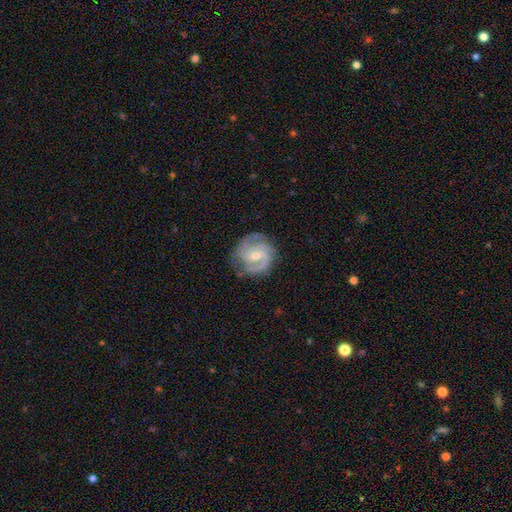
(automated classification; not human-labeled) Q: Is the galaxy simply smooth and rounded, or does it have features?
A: featured or disk — 89%.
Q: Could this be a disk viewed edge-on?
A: no — 98%.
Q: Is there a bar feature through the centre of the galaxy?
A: no — 45%.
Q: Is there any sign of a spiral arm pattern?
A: yes — 98%.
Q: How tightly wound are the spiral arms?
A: tight — 47%.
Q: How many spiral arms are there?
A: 2 — 53%.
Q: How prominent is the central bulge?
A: small — 54%.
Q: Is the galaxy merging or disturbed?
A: none — 78%.